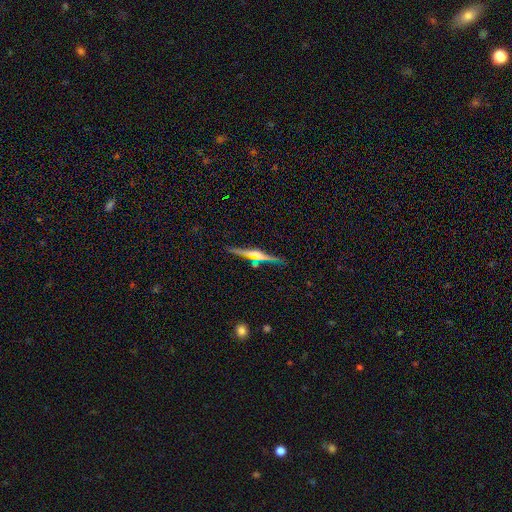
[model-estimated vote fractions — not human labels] This is likely a featured or disk galaxy (72%). It is clearly viewed edge-on (97%). Edge-on bulge: likely rounded (69%). Merging: clearly none (83%).